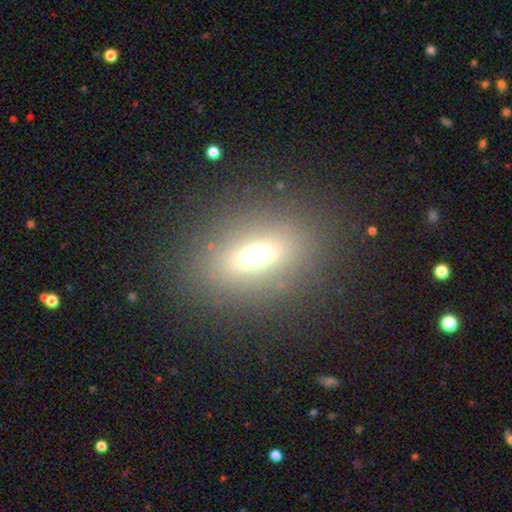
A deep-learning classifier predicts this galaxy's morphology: type=smooth (58%); roundness=in between (70%); merging=none (82%).